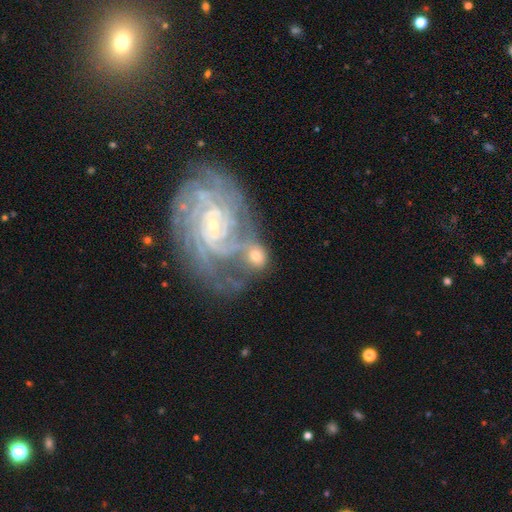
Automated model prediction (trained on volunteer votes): This appears to be a featured or disk galaxy (62%) with no bar (61%), can't tell (26%, tied with 3) tight (71%) spiral arms (90%) and a small central bulge (55%). Merging: merger (41%).